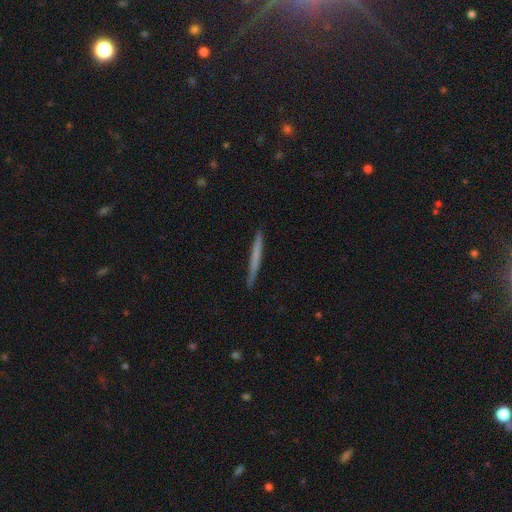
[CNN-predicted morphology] Smooth or featured? smooth (57%)
How rounded? cigar-shaped (97%)
Merging? none (91%)